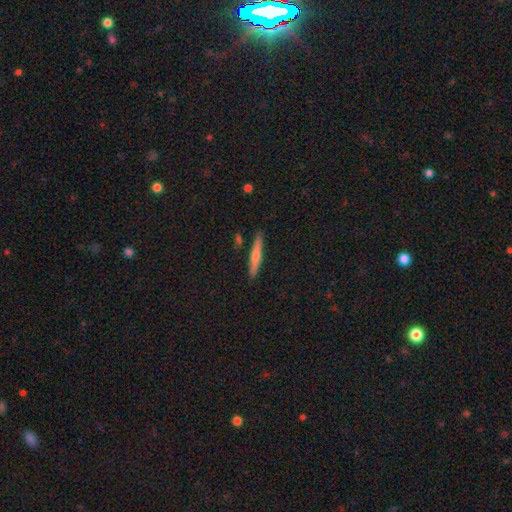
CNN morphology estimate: A smooth galaxy with no disk features (60%) that is cigar-shaped (93%).

Vote fractions:
- Smooth or featured? smooth: 60% / featured or disk: 34% / star or artifact: 6%
- How rounded? cigar-shaped: 93% / in between: 6% / round: 2%
- Merging? none: 87% / minor disturbance: 9% / merger: 2% / major disturbance: 2%